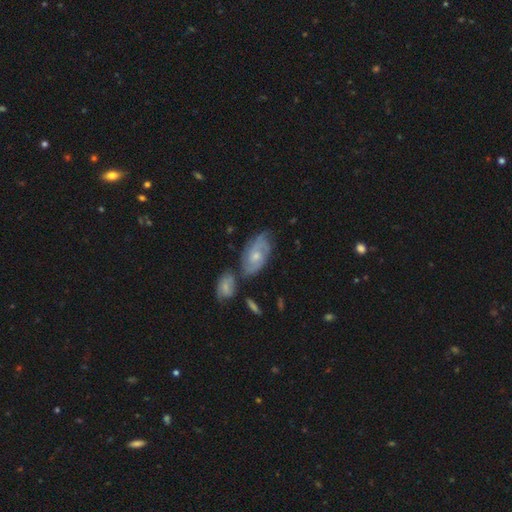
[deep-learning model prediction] Smooth or featured? featured or disk (74%)
Edge-on disk? no (95%)
Bar? no (68%)
Spiral arms? yes (92%)
Spiral winding? tight (50%)
Spiral arm count? 2 (47%)
Bulge size? small (48%)
Merging? none (57%)